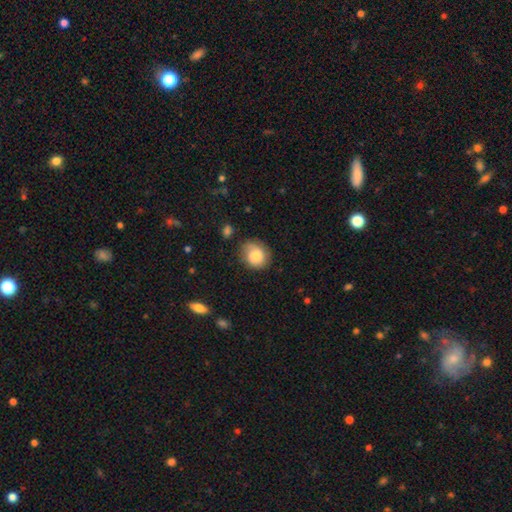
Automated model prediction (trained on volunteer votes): This is likely a smooth galaxy (75%). How rounded: likely round (70%). Merging: likely none (70%).